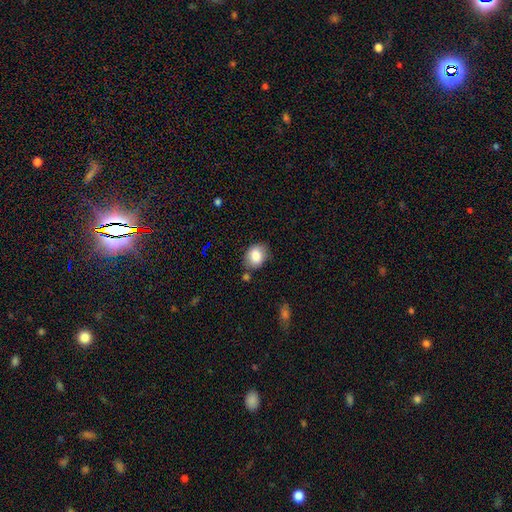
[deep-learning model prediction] Smooth or featured?
  - smooth: 83% *
  - featured or disk: 9%
  - star or artifact: 8%
How rounded?
  - in between: 59% *
  - round: 40%
  - cigar-shaped: 1%
Merging?
  - none: 74% *
  - minor disturbance: 17%
  - merger: 5%
  - major disturbance: 4%